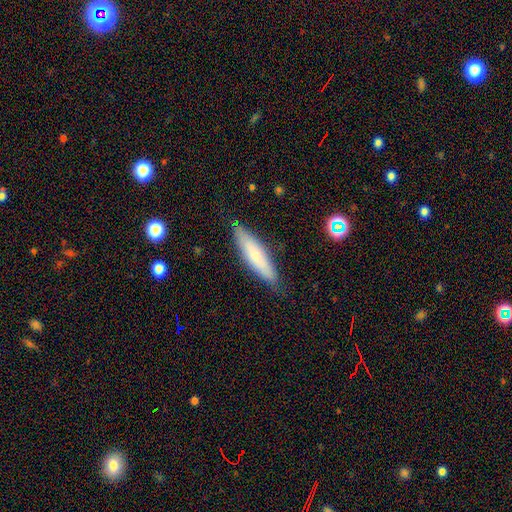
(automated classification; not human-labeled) This appears to be a smooth galaxy with no disk features (67%) that is cigar-shaped (75%). Merging: none (84%).